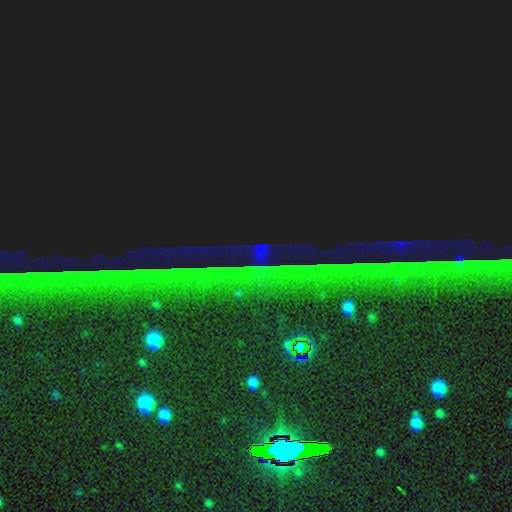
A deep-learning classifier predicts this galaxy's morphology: A star or artifact, not a galaxy (88%).